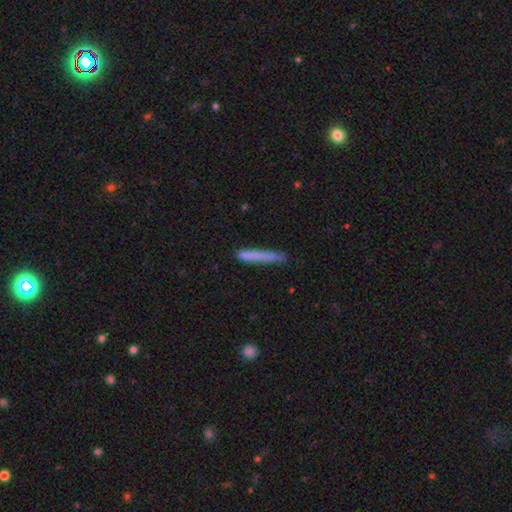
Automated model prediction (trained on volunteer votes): smooth-or-featured: smooth: 73% | featured or disk: 20% | star or artifact: 7%
  how-rounded: cigar-shaped: 96% | in between: 3% | round: 1%
  merging: none: 76% | minor disturbance: 18% | major disturbance: 4% | merger: 3%